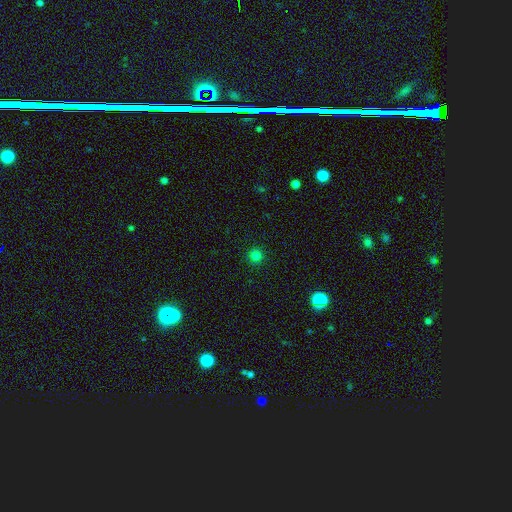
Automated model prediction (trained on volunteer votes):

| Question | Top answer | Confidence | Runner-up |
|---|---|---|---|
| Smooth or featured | smooth | 81% | star or artifact (16%) |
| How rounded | round | 95% | in between (4%) |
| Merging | none | 92% | minor disturbance (5%) |